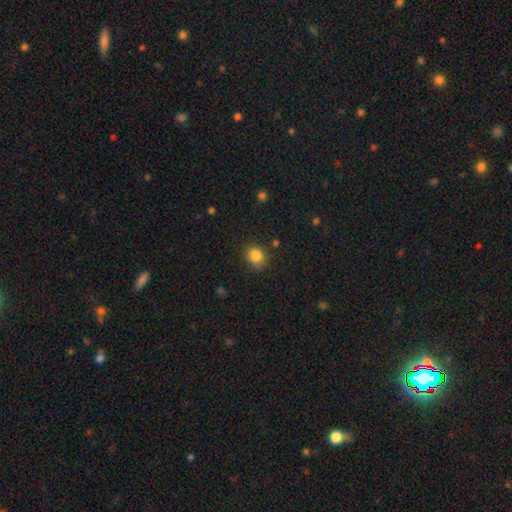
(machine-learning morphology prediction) Smooth or featured? smooth (85%)
How rounded? round (78%)
Merging? none (81%)